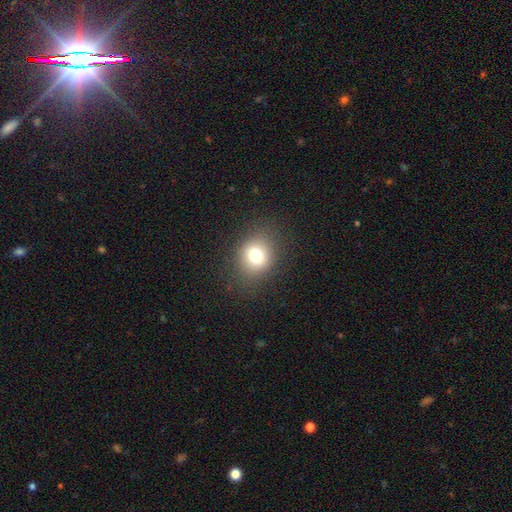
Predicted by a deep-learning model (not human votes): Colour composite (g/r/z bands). It shows a smooth galaxy with no disk features (75%) that is round (64%). Merging: none (85%).